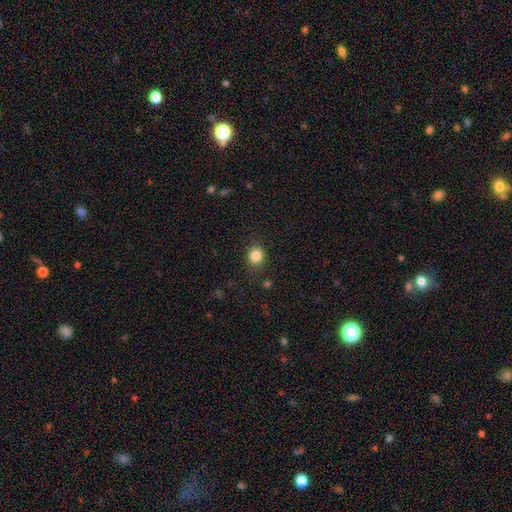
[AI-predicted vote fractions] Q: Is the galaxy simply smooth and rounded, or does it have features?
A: smooth — 84%.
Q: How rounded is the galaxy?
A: round — 73%.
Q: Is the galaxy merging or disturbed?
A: none — 87%.